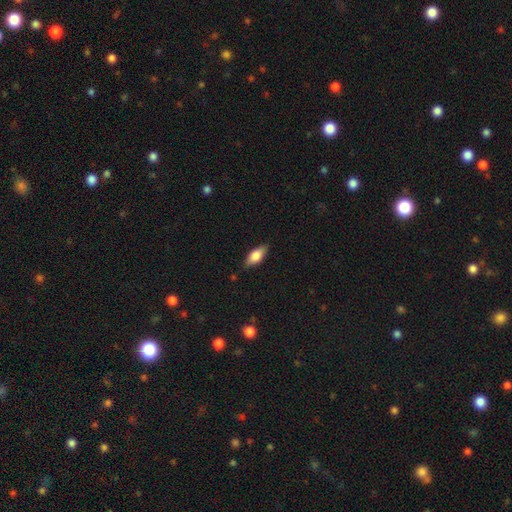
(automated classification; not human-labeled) This is likely a smooth galaxy (69%). How rounded: clearly in between (81%). Merging: clearly none (84%).